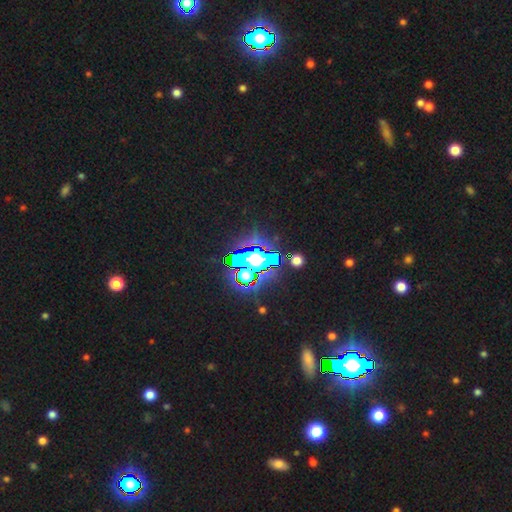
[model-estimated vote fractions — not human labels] Overall: star or artifact (83%).